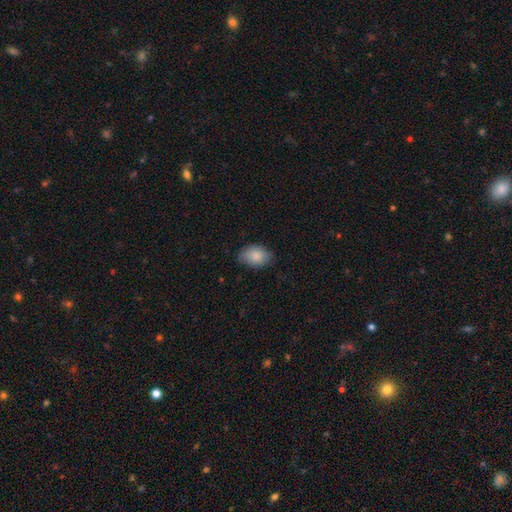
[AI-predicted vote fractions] The model was most divided on "merging": none: 74%, minor disturbance: 22%, major disturbance: 4%, merger: 1%. More confident: smooth or featured — smooth (85%); how rounded — in between (83%).